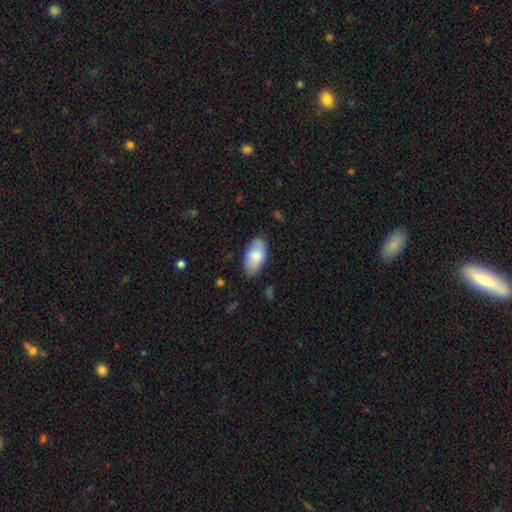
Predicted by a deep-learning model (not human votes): This appears to be a smooth galaxy with no disk features (80%) that is in between round and cigar-shaped (95%). Merging: none (81%).